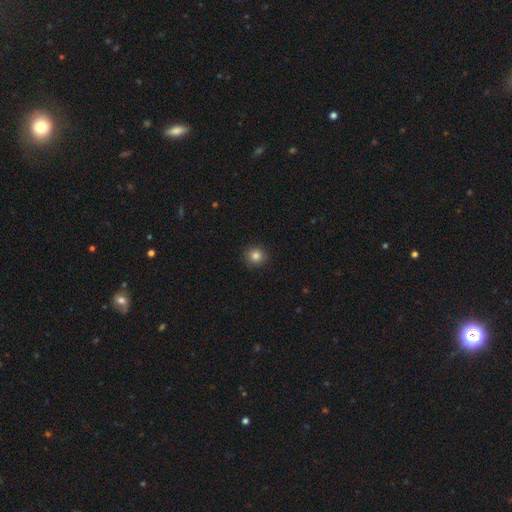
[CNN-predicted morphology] Smooth or featured?
  - smooth: 83% *
  - star or artifact: 12%
  - featured or disk: 5%
How rounded?
  - round: 91% *
  - in between: 8%
  - cigar-shaped: 1%
Merging?
  - none: 92% *
  - minor disturbance: 6%
  - major disturbance: 2%
  - merger: 1%